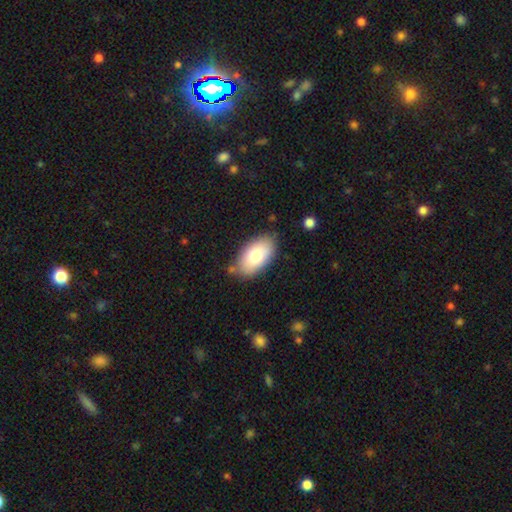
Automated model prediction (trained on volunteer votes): A smooth galaxy with no disk features (77%) that is in between round and cigar-shaped (94%).

Vote fractions:
- Smooth or featured? smooth: 77% / featured or disk: 16% / star or artifact: 7%
- How rounded? in between: 94% / round: 4% / cigar-shaped: 2%
- Merging? none: 80% / minor disturbance: 14% / major disturbance: 3% / merger: 3%